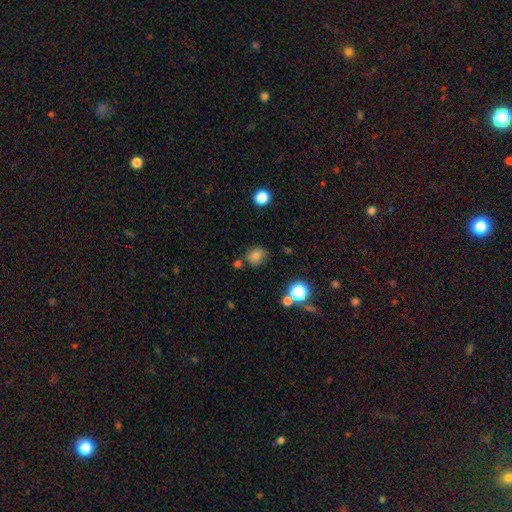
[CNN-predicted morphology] Smooth or featured? Predicted: smooth (p=0.76). How rounded? Predicted: round (p=0.72). Merging? Predicted: none (p=0.67).